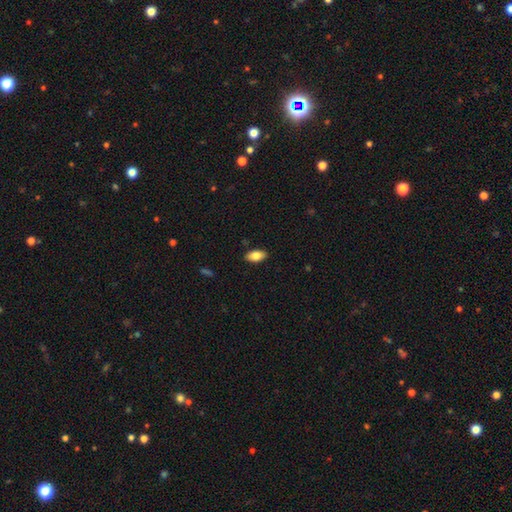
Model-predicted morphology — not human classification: Q: Smooth or featured?
A: smooth (82%); runner-up: featured or disk (11%)
Q: How rounded?
A: in between (93%); runner-up: cigar-shaped (4%)
Q: Merging?
A: none (88%); runner-up: minor disturbance (9%)